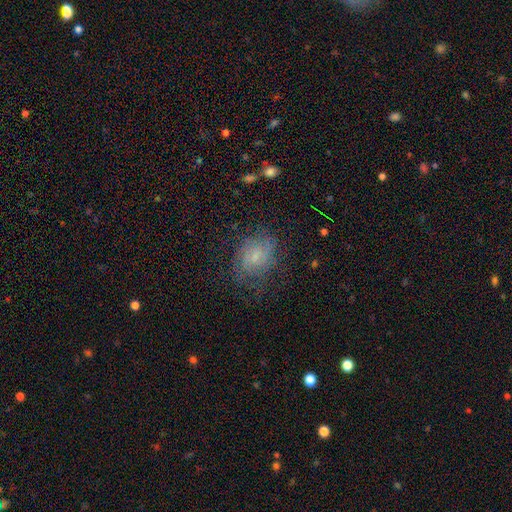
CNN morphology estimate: A featured or disk galaxy (54%) with no bar (61%), spiral arms (81%) and a small central bulge (66%).

Vote fractions:
- Smooth or featured? featured or disk: 54% / smooth: 34% / star or artifact: 12%
- Edge-on disk? no: 97% / yes: 3%
- Bar? no: 61% / weak: 35% / strong: 5%
- Spiral arms? yes: 81% / no: 19%
- Bulge size? small: 66% / moderate: 20% / none: 11% / large: 2% / dominant: 1%
- Merging? none: 63% / minor disturbance: 22% / major disturbance: 14% / merger: 1%